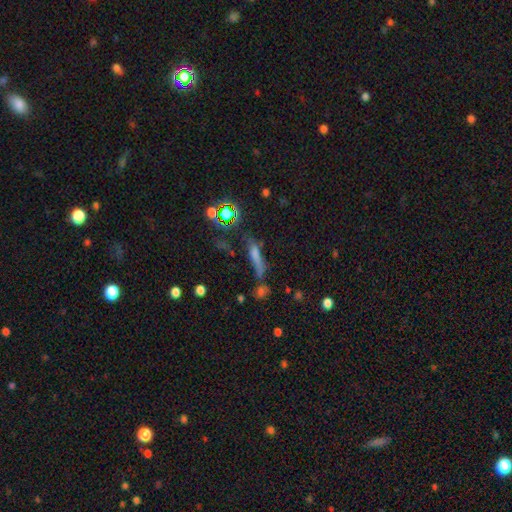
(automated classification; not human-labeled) Smooth or featured: smooth — 53% (star or artifact — 25%)
How rounded: cigar-shaped — 76% (in between — 18%)
Merging: none — 52% (minor disturbance — 20%)